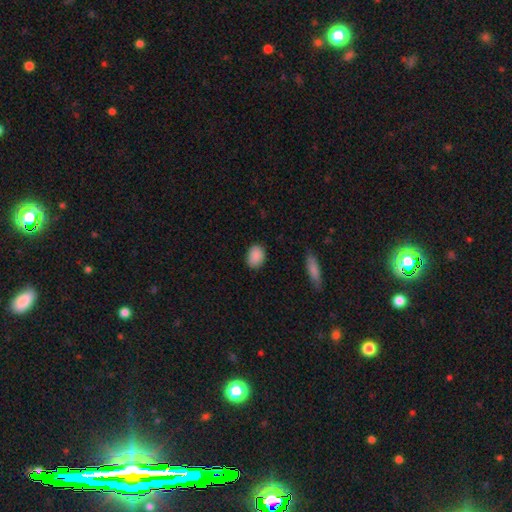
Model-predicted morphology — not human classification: Smooth or featured: smooth — 89% (star or artifact — 7%)
How rounded: in between — 70% (round — 29%)
Merging: none — 85% (minor disturbance — 11%)